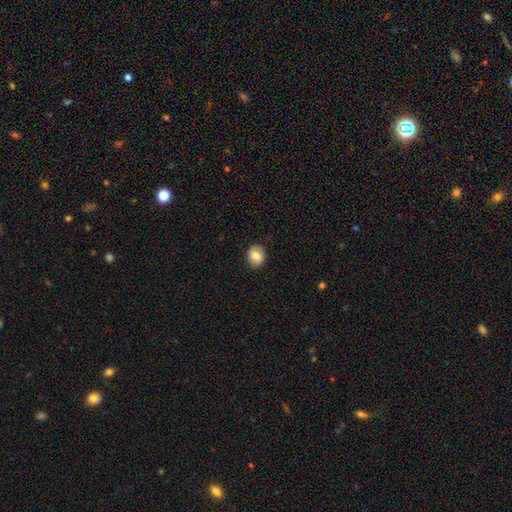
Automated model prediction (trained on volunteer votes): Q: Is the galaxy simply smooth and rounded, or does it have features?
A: smooth — 72%.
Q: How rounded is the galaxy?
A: round — 54%.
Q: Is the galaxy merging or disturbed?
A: none — 86%.